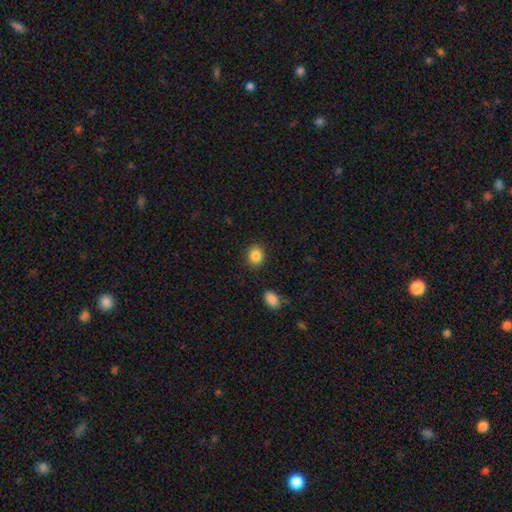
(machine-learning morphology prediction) A smooth galaxy with no disk features (86%) that is round (63%).

Vote fractions:
- Smooth or featured? smooth: 86% / star or artifact: 9% / featured or disk: 5%
- How rounded? round: 63% / in between: 36% / cigar-shaped: 1%
- Merging? none: 87% / minor disturbance: 8% / major disturbance: 2% / merger: 2%